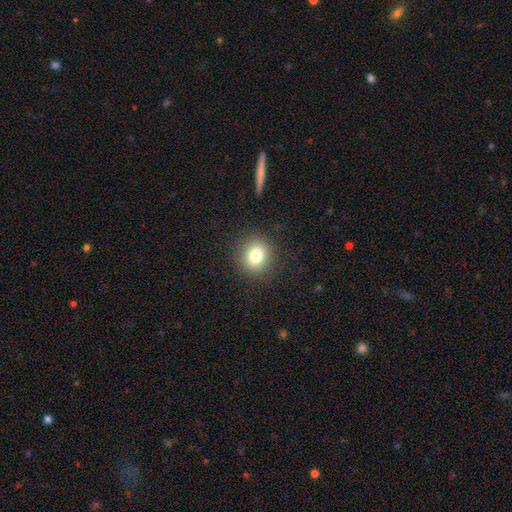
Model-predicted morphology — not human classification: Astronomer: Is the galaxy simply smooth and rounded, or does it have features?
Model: smooth — 80%.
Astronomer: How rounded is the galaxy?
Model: round — 77%.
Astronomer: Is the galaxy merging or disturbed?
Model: none — 88%.